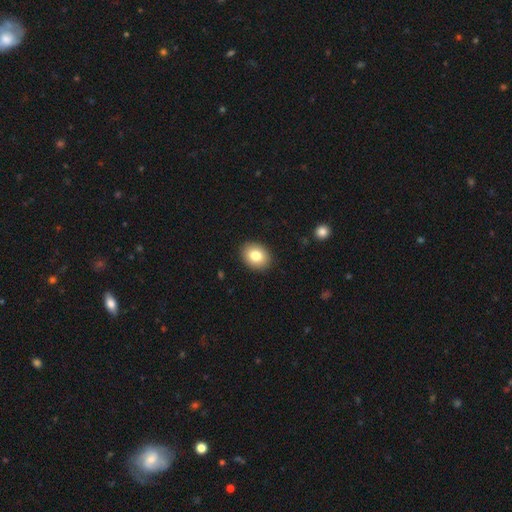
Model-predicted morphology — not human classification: Overall: smooth (81%). How rounded: in between (59%; round 40%). Merging: none (91%).